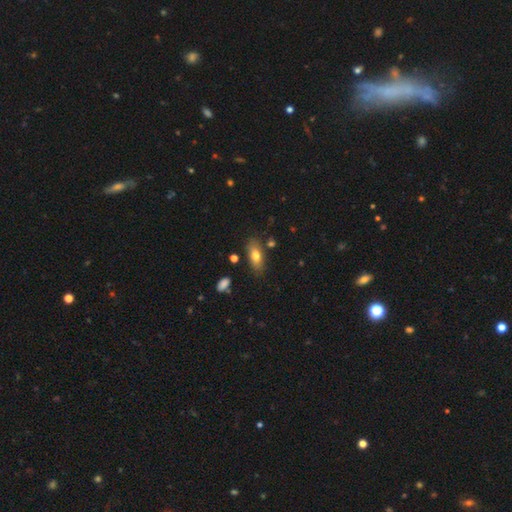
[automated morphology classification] smooth_or_featured: smooth (p=0.74) [alt: featured or disk p=0.19]
how_rounded: in between (p=0.80) [alt: cigar-shaped p=0.16]
merging: none (p=0.79) [alt: minor disturbance p=0.14]